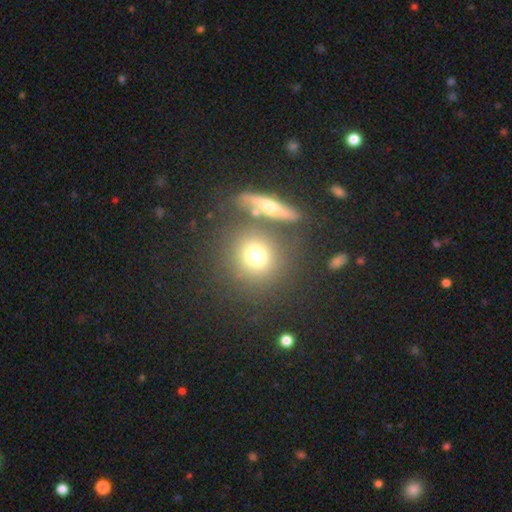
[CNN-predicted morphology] A smooth galaxy with no disk features (71%) that is round (80%).

Vote fractions:
- Smooth or featured? smooth: 71% / featured or disk: 16% / star or artifact: 13%
- How rounded? round: 80% / in between: 18% / cigar-shaped: 2%
- Merging? none: 67% / merger: 18% / minor disturbance: 10% / major disturbance: 5%